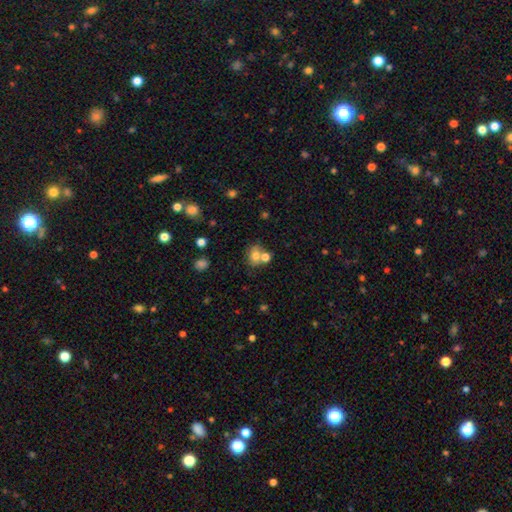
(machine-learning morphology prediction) This appears to be a smooth galaxy with no disk features (71%) that is round (52%). Merging: none (45%).